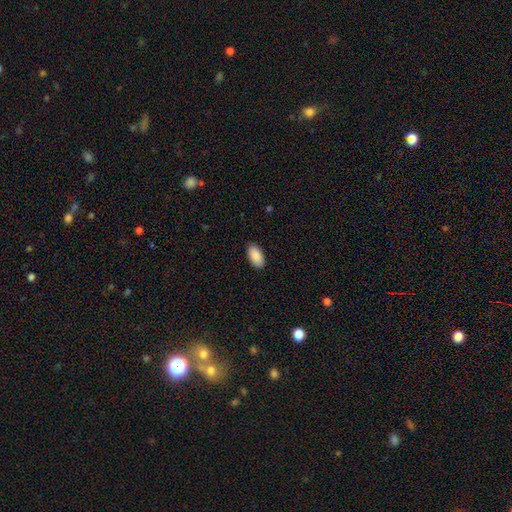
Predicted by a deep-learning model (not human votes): This appears to be a smooth galaxy with no disk features (91%) that is in between round and cigar-shaped (95%). Merging: none (89%).